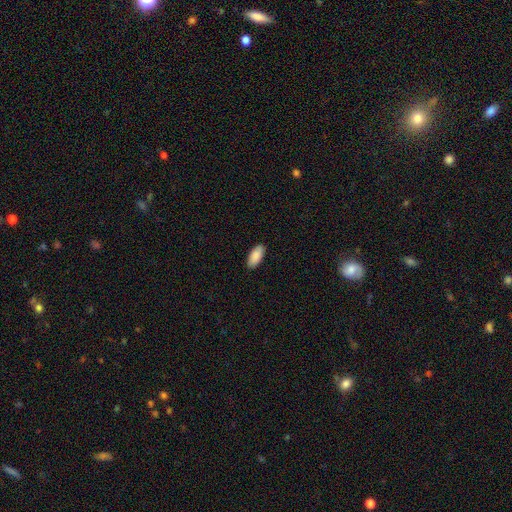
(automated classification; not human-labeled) smooth_or_featured: smooth (p=0.90) [alt: star or artifact p=0.06]
how_rounded: in between (p=0.90) [alt: cigar-shaped p=0.09]
merging: none (p=0.89) [alt: minor disturbance p=0.08]